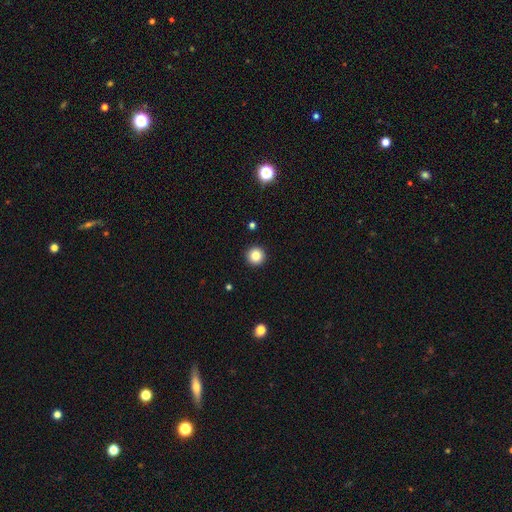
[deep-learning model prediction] Smooth or featured? Predicted: smooth (p=0.84). How rounded? Predicted: round (p=0.96). Merging? Predicted: none (p=0.94).